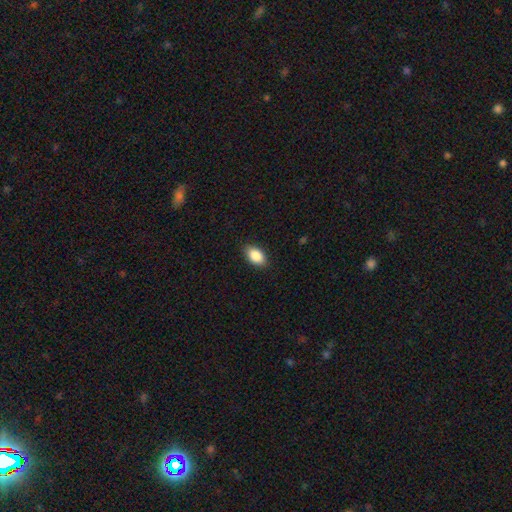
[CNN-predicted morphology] smooth 87%, star or artifact 7%, featured or disk 6%. Down the decision tree: how rounded — in between (92%); merging — none (88%).